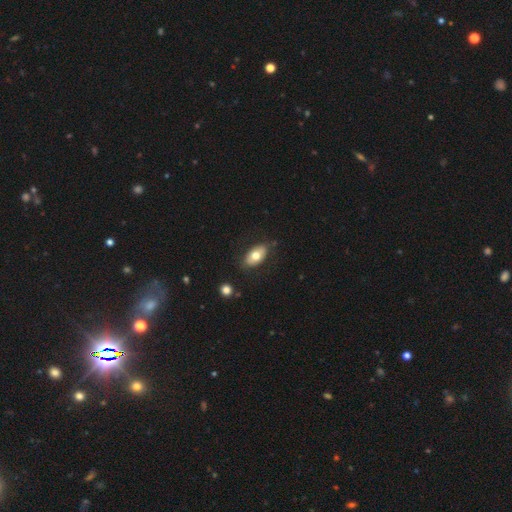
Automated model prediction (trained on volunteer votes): Smooth or featured? Predicted: smooth (p=0.71). How rounded? Predicted: in between (p=0.92). Merging? Predicted: none (p=0.82).